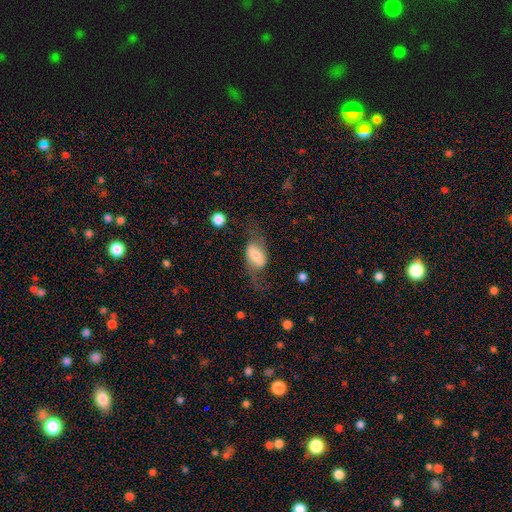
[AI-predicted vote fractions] Smooth or featured? Predicted: featured or disk (p=0.49). Merging? Predicted: none (p=0.49).